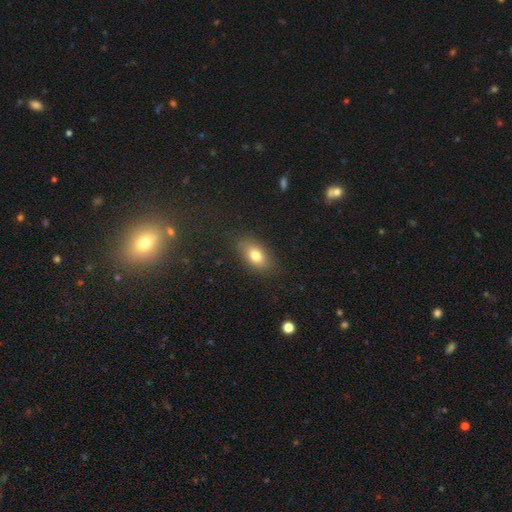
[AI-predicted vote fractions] Smooth or featured? Predicted: smooth (p=0.78). How rounded? Predicted: in between (p=0.87). Merging? Predicted: none (p=0.83).